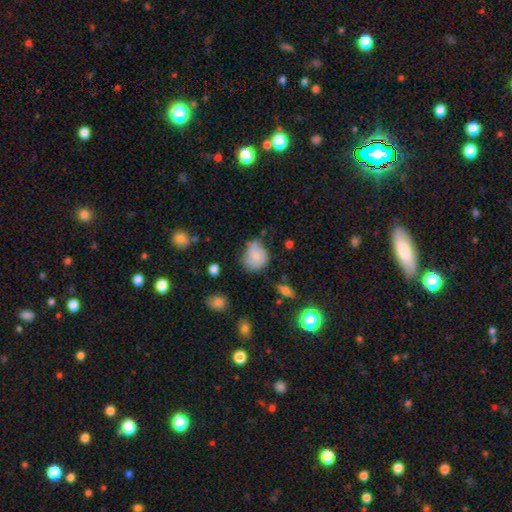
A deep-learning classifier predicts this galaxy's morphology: Overall: smooth (74%). How rounded: round (58%; in between 41%). Merging: none (42%; minor disturbance 39%).